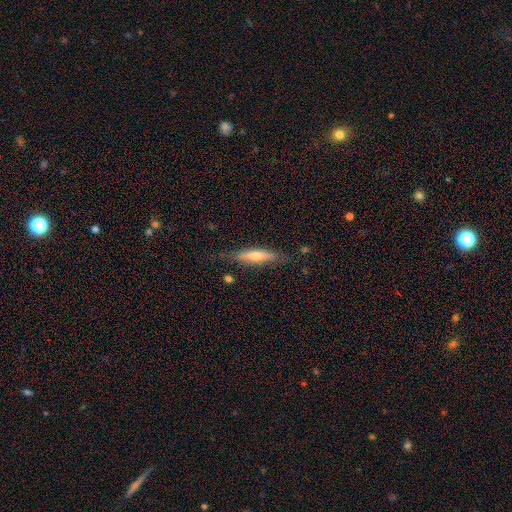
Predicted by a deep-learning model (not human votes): smooth-or-featured: featured or disk: 52% | smooth: 41% | star or artifact: 6%
  disk-edge-on: yes: 91% | no: 9%
  merging: none: 76% | minor disturbance: 18% | major disturbance: 4% | merger: 2%